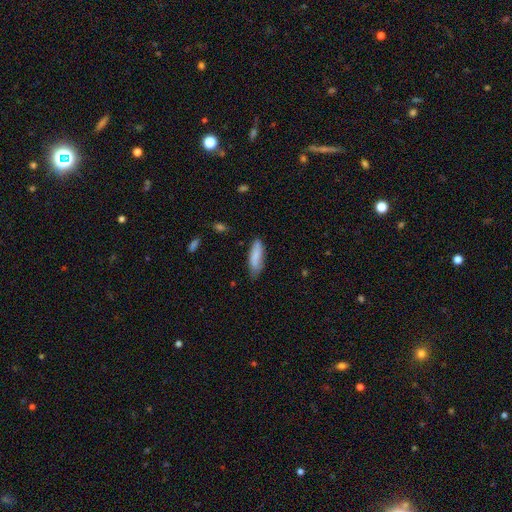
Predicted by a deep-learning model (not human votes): This appears to be a smooth galaxy with no disk features (82%) that is in between round and cigar-shaped (57%). Merging: none (68%).